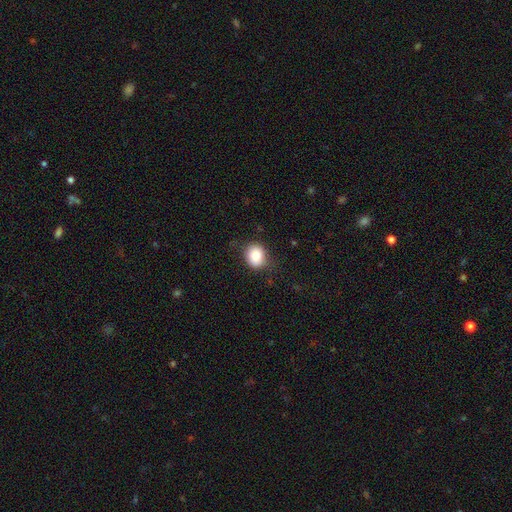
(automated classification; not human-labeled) smooth 82%, star or artifact 9%, featured or disk 9%. Down the decision tree: how rounded — round (67%); merging — none (79%).